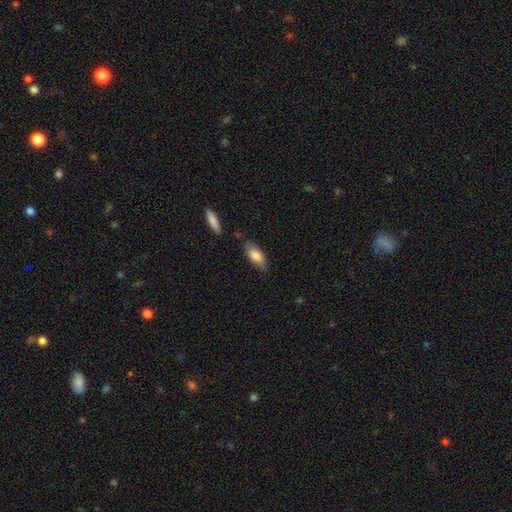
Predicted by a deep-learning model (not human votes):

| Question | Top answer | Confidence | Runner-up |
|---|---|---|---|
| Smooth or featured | smooth | 81% | featured or disk (13%) |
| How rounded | in between | 80% | cigar-shaped (18%) |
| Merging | none | 77% | minor disturbance (16%) |